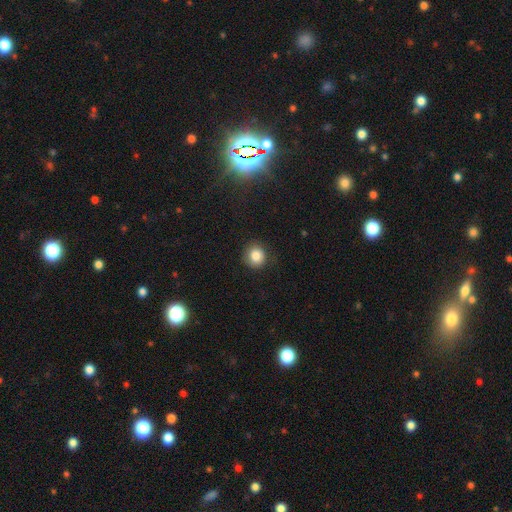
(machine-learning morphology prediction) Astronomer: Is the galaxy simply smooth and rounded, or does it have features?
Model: smooth — 83%.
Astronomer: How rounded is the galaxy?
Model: round — 87%.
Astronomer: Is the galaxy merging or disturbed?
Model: none — 83%.